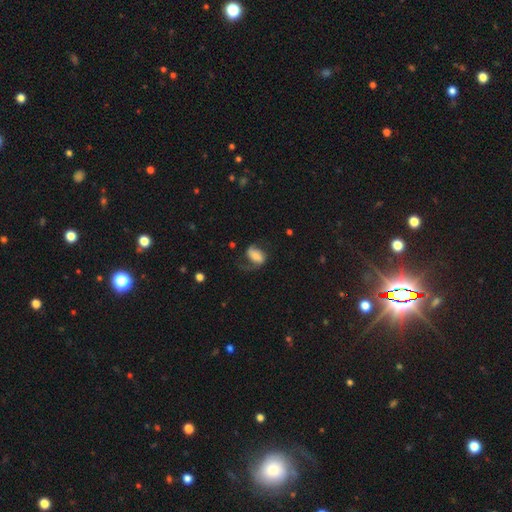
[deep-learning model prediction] This is possibly a featured or disk galaxy (49%). Merging: marginally none (43%).